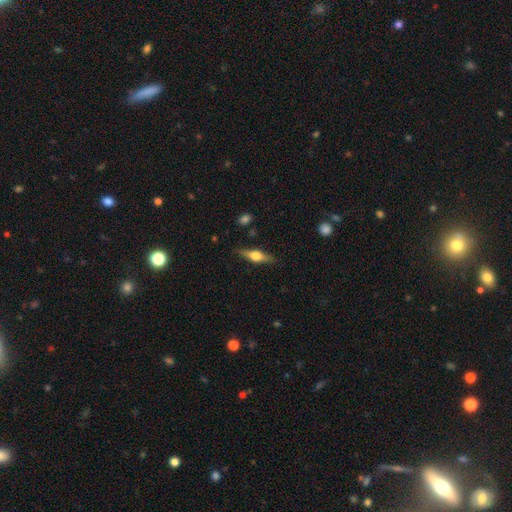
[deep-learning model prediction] This is possibly a featured or disk galaxy (54%). It is clearly viewed edge-on (94%). Edge-on bulge: clearly rounded (92%). Merging: clearly none (85%).